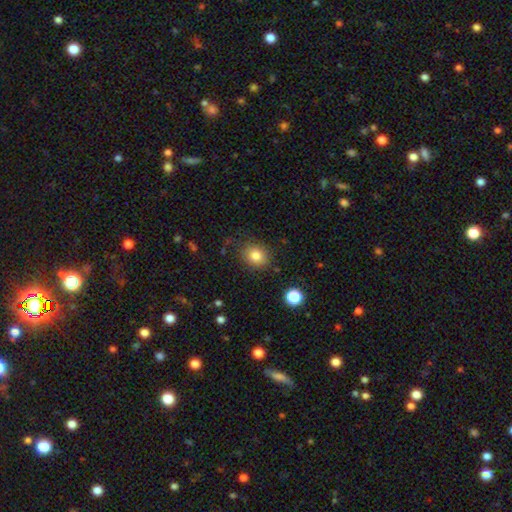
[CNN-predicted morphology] smooth_or_featured: smooth (p=0.82) [alt: star or artifact p=0.11]
how_rounded: round (p=0.66) [alt: in between p=0.33]
merging: none (p=0.82) [alt: minor disturbance p=0.12]